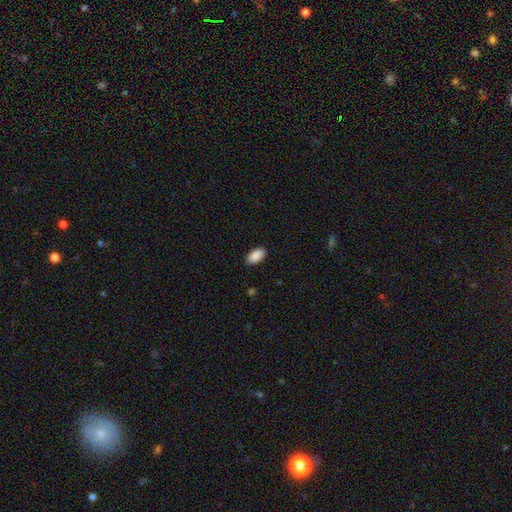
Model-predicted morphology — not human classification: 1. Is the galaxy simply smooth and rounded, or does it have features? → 90% smooth, 7% star or artifact, 3% featured or disk.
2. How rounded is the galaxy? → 95% in between, 3% cigar-shaped, 3% round.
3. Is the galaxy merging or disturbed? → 88% none, 9% minor disturbance, 2% major disturbance, 1% merger.